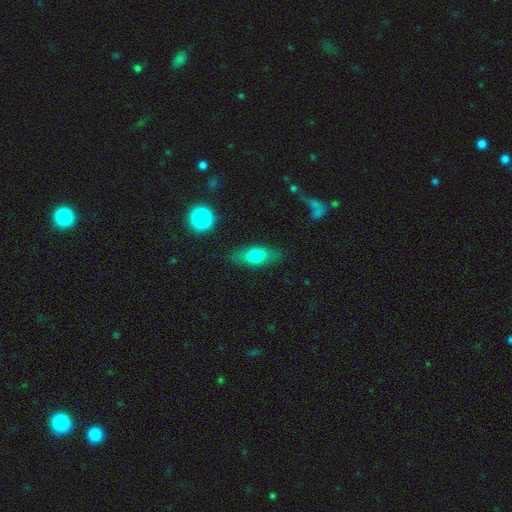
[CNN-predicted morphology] Smooth or featured?
  - smooth: 71% *
  - featured or disk: 21%
  - star or artifact: 9%
How rounded?
  - in between: 74% *
  - cigar-shaped: 18%
  - round: 7%
Merging?
  - none: 81% *
  - minor disturbance: 13%
  - major disturbance: 4%
  - merger: 2%